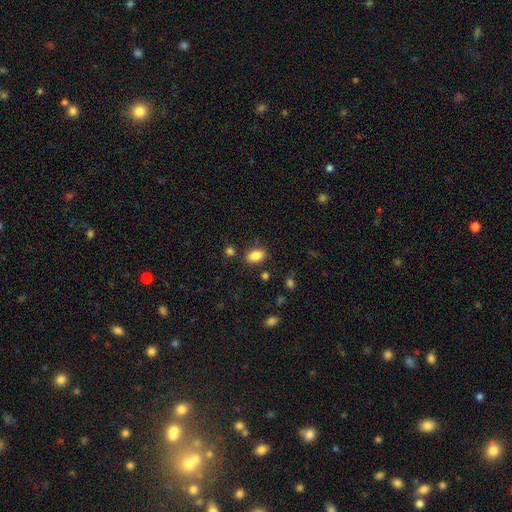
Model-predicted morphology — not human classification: A smooth galaxy with no disk features (84%) that is in between round and cigar-shaped (88%).

Vote fractions:
- Smooth or featured? smooth: 84% / star or artifact: 9% / featured or disk: 7%
- How rounded? in between: 88% / round: 9% / cigar-shaped: 3%
- Merging? none: 82% / minor disturbance: 11% / merger: 4% / major disturbance: 3%